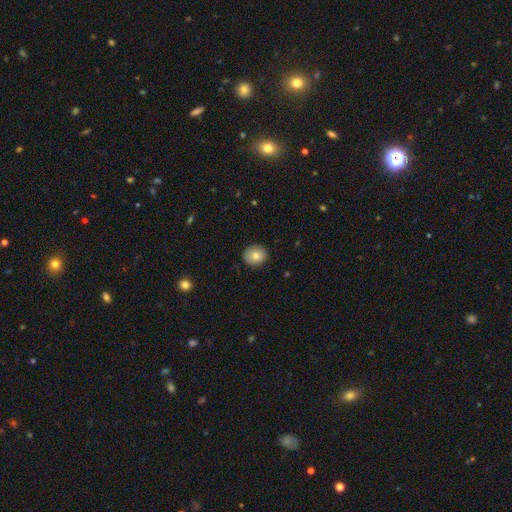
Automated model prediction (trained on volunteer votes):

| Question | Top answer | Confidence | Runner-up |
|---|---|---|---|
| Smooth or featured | smooth | 81% | featured or disk (11%) |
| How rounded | round | 78% | in between (21%) |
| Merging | none | 87% | minor disturbance (10%) |